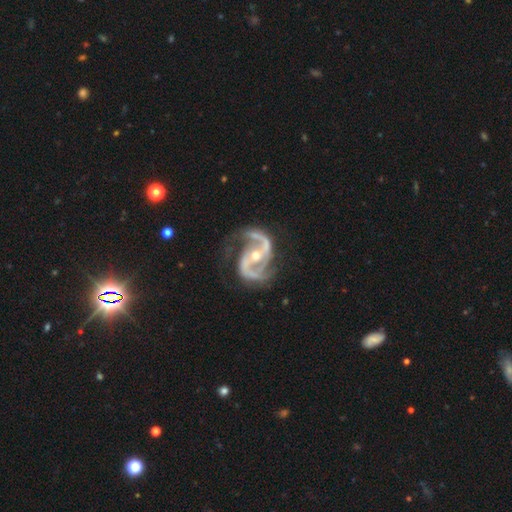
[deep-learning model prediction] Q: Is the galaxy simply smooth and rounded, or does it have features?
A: featured or disk — 93%.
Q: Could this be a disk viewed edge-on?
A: no — 98%.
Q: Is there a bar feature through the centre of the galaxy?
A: strong — 37%.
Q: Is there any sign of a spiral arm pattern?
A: yes — 98%.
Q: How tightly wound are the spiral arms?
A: medium — 59%.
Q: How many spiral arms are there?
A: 2 — 92%.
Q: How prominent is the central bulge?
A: moderate — 59%.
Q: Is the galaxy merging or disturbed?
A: none — 69%.